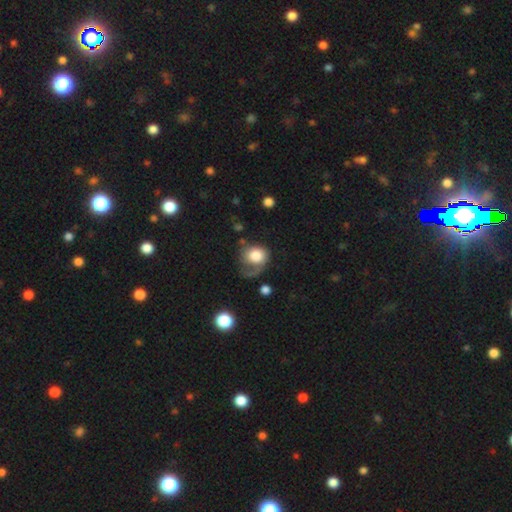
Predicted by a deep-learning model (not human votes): Smooth or featured? Predicted: smooth (p=0.69). How rounded? Predicted: round (p=0.70). Merging? Predicted: major disturbance (p=0.37).